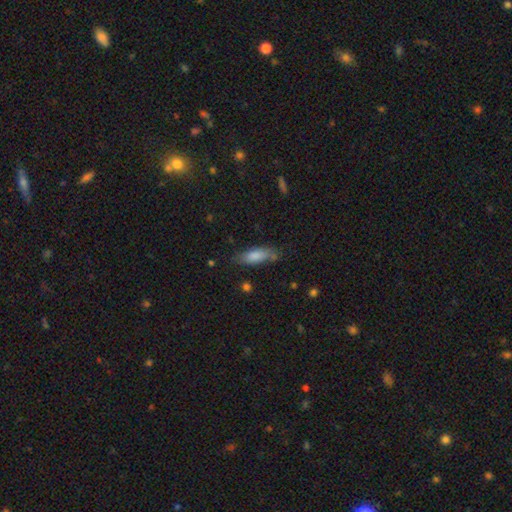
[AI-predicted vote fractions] A smooth galaxy with no disk features (80%) that is in between round and cigar-shaped (63%). Merging: none (66%).